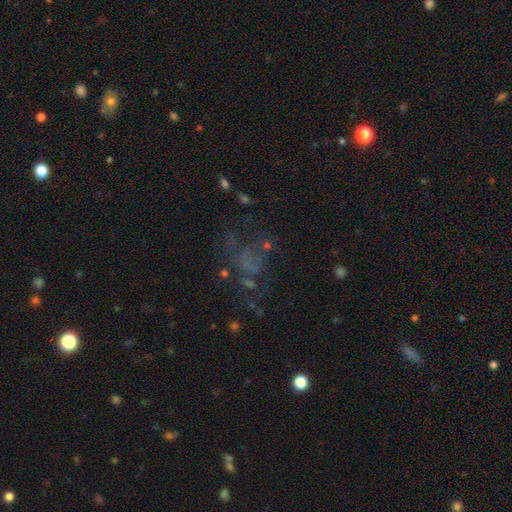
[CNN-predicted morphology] This appears to be a star or artifact, not a galaxy (39%).